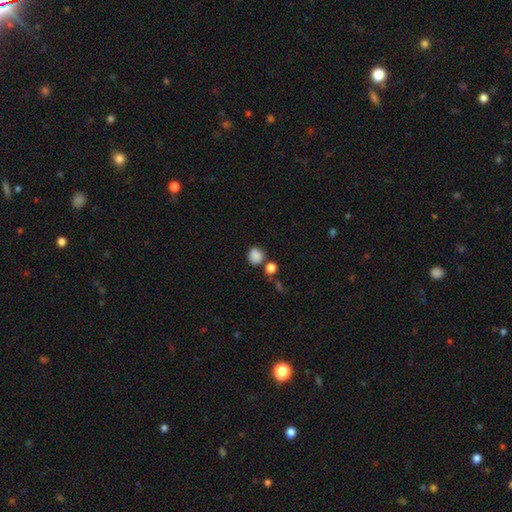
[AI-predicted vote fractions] smooth-or-featured: smooth: 86% | star or artifact: 10% | featured or disk: 4%
  how-rounded: round: 74% | in between: 25% | cigar-shaped: 1%
  merging: none: 70% | merger: 13% | minor disturbance: 13% | major disturbance: 5%